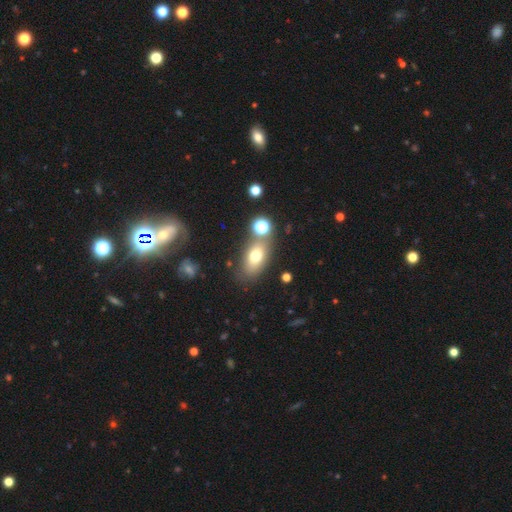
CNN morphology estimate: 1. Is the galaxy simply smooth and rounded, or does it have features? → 70% smooth, 18% featured or disk, 12% star or artifact.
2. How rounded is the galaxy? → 83% in between, 12% round, 5% cigar-shaped.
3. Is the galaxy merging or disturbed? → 66% none, 14% minor disturbance, 14% merger, 6% major disturbance.